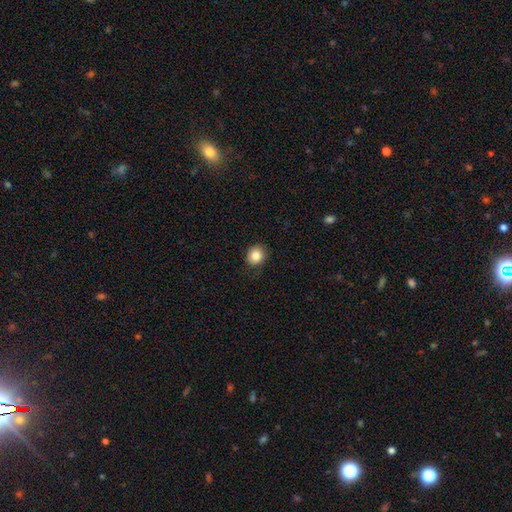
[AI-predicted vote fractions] Smooth or featured? Predicted: smooth (p=0.84). How rounded? Predicted: round (p=0.76). Merging? Predicted: none (p=0.82).